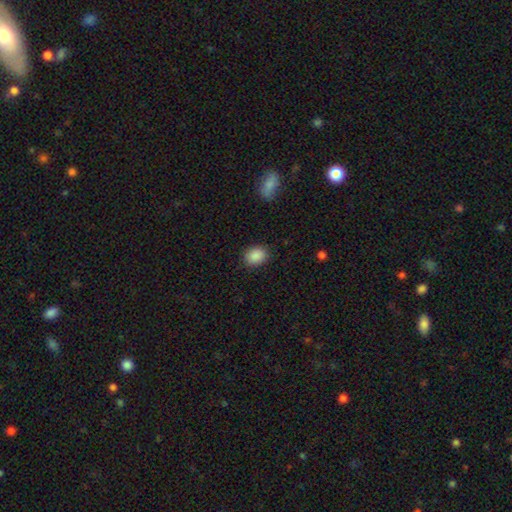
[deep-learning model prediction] This is clearly a smooth galaxy (89%). How rounded: possibly in between (55%). Merging: clearly none (86%).